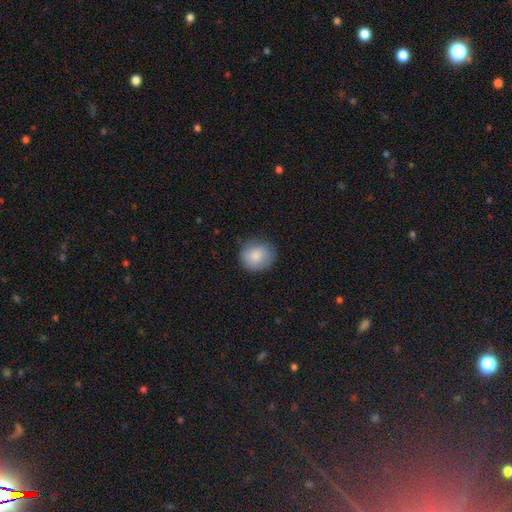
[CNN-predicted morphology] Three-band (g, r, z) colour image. It shows a smooth galaxy with no disk features (82%) that is round (82%). Merging: none (80%).